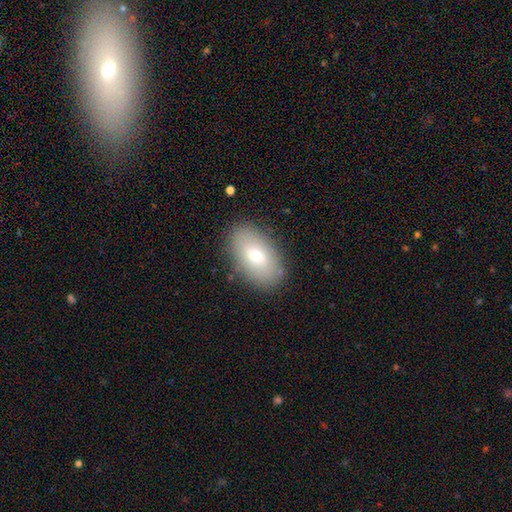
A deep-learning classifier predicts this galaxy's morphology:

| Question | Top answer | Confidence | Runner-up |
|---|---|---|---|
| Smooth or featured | smooth | 72% | featured or disk (20%) |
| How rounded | in between | 92% | round (6%) |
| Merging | none | 85% | minor disturbance (11%) |